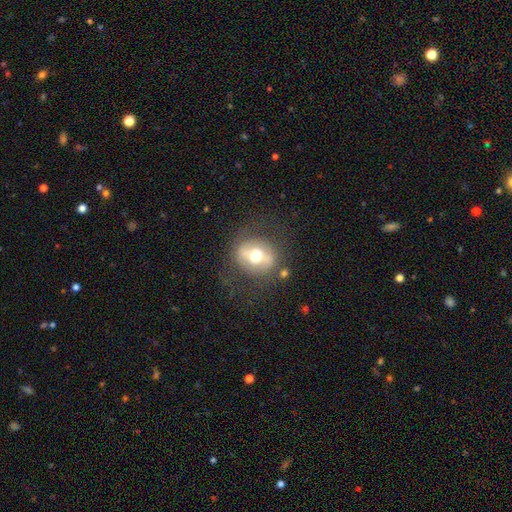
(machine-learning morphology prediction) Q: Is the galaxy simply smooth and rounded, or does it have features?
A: featured or disk — 48%.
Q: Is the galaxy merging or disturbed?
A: none — 72%.